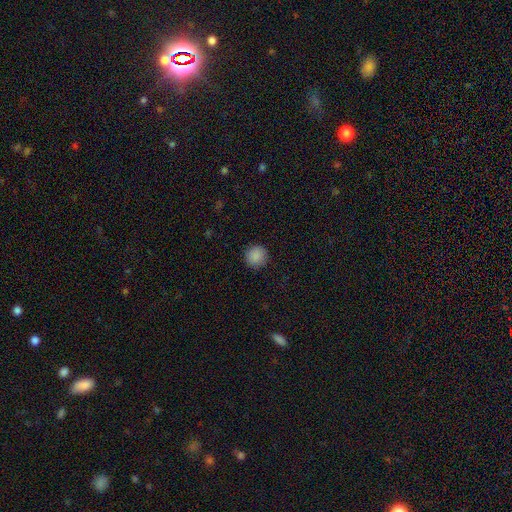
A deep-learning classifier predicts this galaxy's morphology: smooth 89%, star or artifact 9%, featured or disk 3%. Down the decision tree: how rounded — round (95%); merging — none (91%).